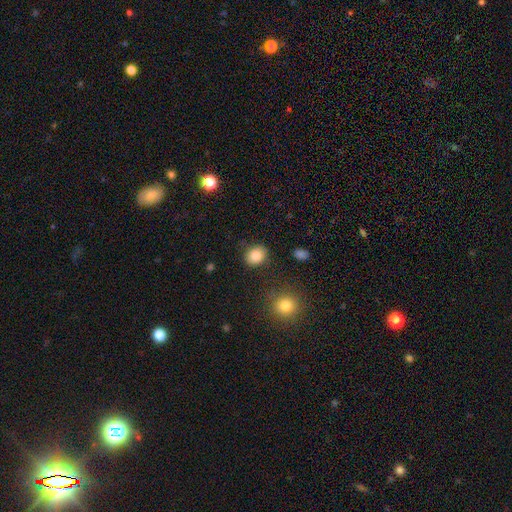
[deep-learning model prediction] A smooth galaxy with no disk features (87%) that is round (59%).

Vote fractions:
- Smooth or featured? smooth: 87% / star or artifact: 9% / featured or disk: 4%
- How rounded? round: 59% / in between: 40% / cigar-shaped: 1%
- Merging? none: 84% / minor disturbance: 11% / major disturbance: 3% / merger: 3%